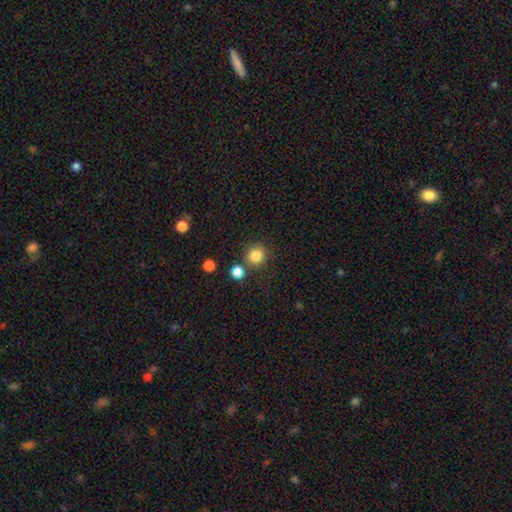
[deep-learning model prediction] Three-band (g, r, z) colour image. It shows a smooth galaxy with no disk features (84%) that is round (92%). Merging: none (80%).